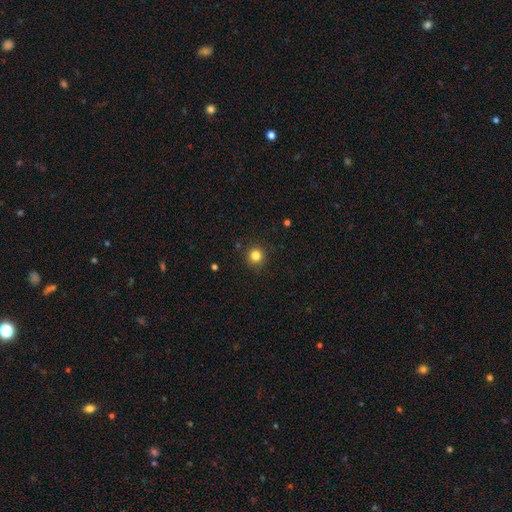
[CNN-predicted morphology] smooth 83%, star or artifact 12%, featured or disk 5%. Down the decision tree: how rounded — round (94%); merging — none (90%).